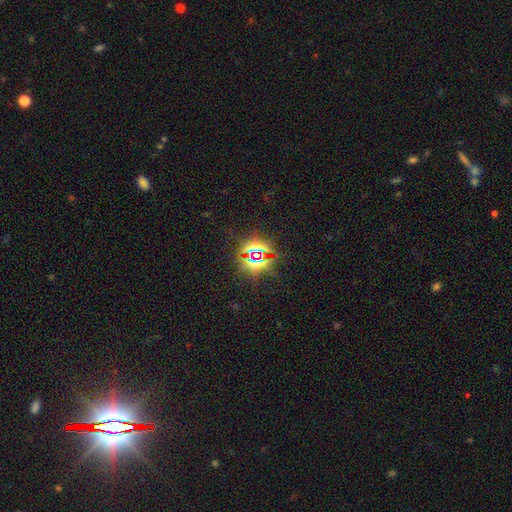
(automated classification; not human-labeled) Q: Smooth or featured?
A: star or artifact (79%); runner-up: smooth (12%)